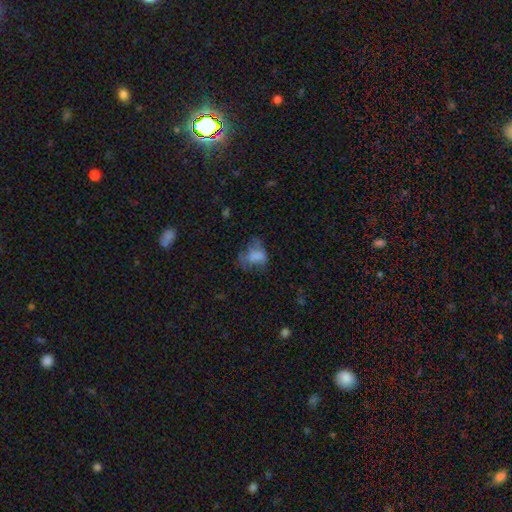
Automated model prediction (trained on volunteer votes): This appears to be a smooth galaxy with no disk features (61%) that is in between round and cigar-shaped (70%). Merging: major disturbance (38%).